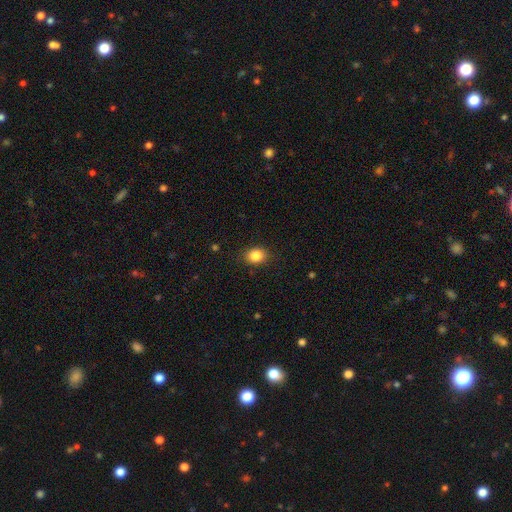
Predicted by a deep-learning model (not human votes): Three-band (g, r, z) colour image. It shows a smooth galaxy with no disk features (86%) that is in between round and cigar-shaped (60%). Merging: none (87%).